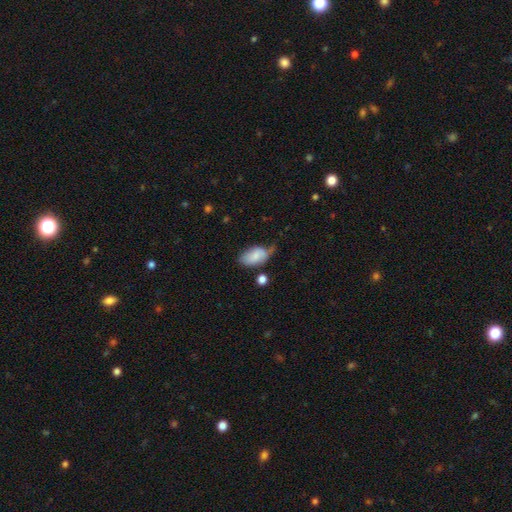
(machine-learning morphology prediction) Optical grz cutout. It shows a smooth galaxy with no disk features (77%) that is in between round and cigar-shaped (92%). Merging: none (41%).